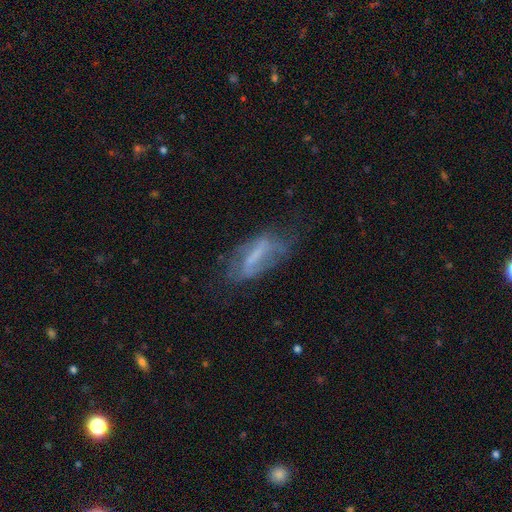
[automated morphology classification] Overall: featured or disk (60%; smooth 30%). Edge-on disk: no (85%). Bar: strong (51%; weak 32%). Spiral arms: yes (55%; no 45%). Bulge size: none (47%; small 29%). Merging: none (50%; minor disturbance 27%).